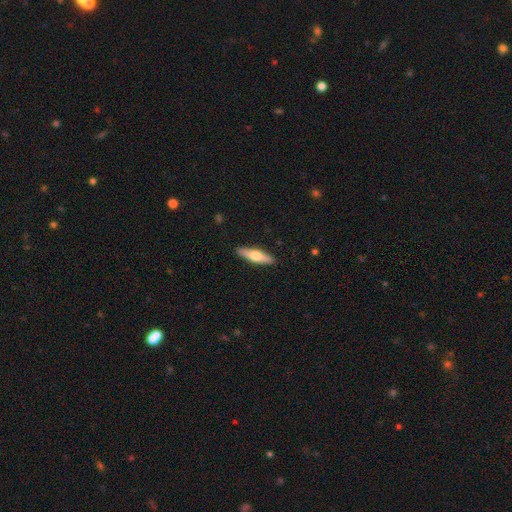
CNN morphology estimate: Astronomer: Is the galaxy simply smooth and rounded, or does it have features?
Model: smooth — 48% (runner-up: featured or disk, 47%).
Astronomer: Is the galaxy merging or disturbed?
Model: none — 90%.